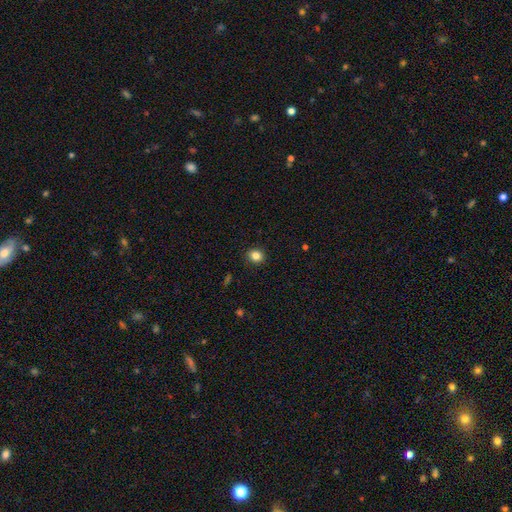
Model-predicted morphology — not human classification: Smooth or featured? smooth (84%)
How rounded? round (71%)
Merging? none (91%)